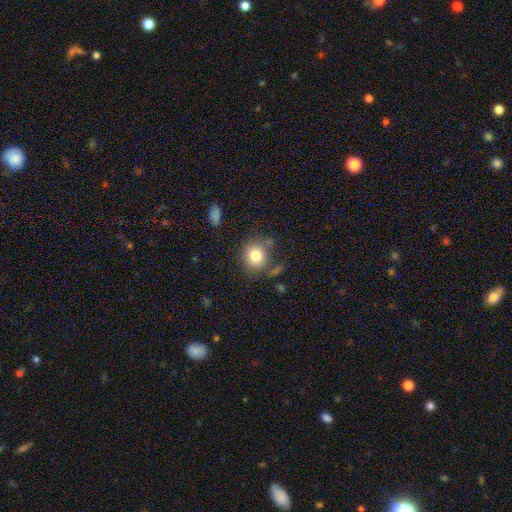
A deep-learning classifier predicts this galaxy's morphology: Smooth or featured?
  - smooth: 81% *
  - star or artifact: 10%
  - featured or disk: 9%
How rounded?
  - round: 78% *
  - in between: 21%
  - cigar-shaped: 1%
Merging?
  - none: 68% *
  - minor disturbance: 18%
  - major disturbance: 8%
  - merger: 7%